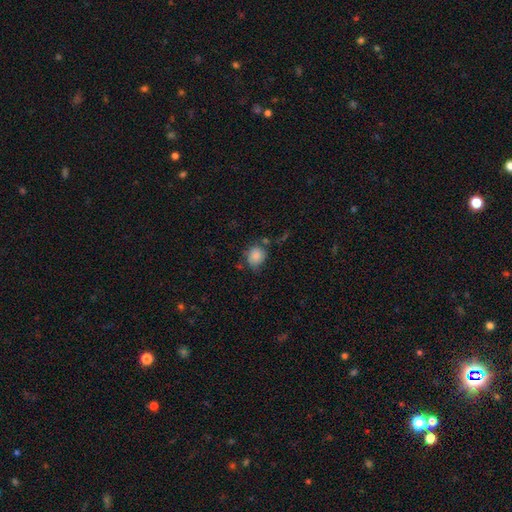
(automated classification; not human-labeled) This is clearly a smooth galaxy (84%). How rounded: likely round (71%). Merging: possibly none (59%).